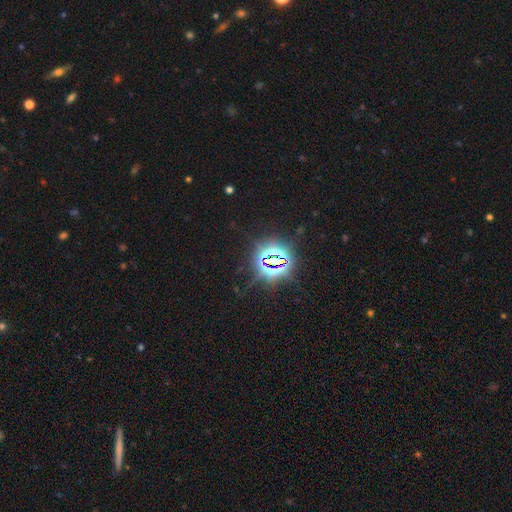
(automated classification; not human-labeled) smooth-or-featured: star or artifact: 83% | smooth: 11% | featured or disk: 6%